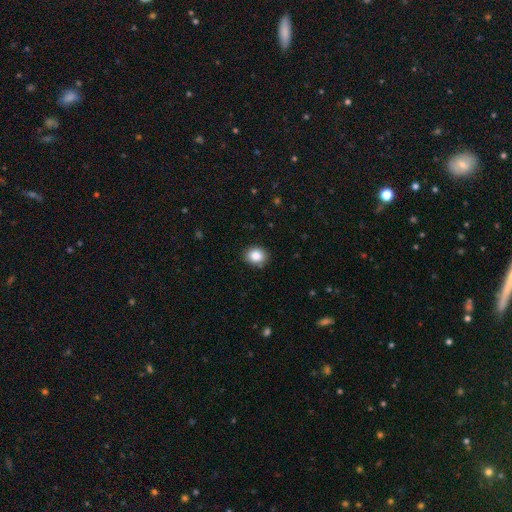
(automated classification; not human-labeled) Overall: smooth (86%). How rounded: round (62%; in between 37%). Merging: none (88%).